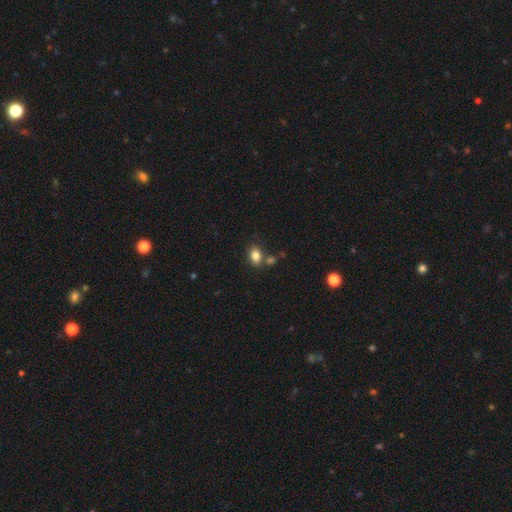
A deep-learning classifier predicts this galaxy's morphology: A smooth galaxy with no disk features (83%) that is in between round and cigar-shaped (71%). Merging: none (67%).